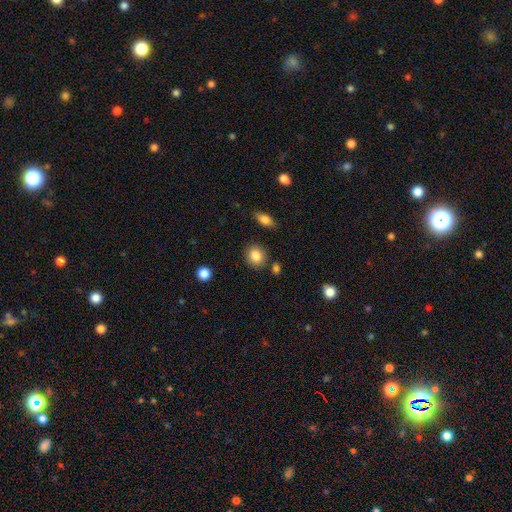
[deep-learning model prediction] Smooth or featured? smooth (85%)
How rounded? round (76%)
Merging? none (84%)